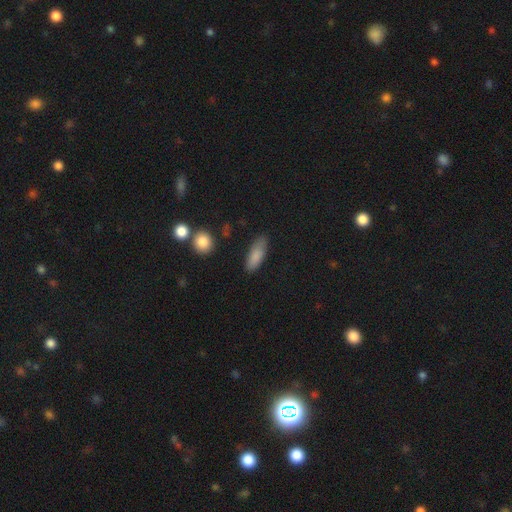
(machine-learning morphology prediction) Q: Smooth or featured?
A: smooth (85%); runner-up: featured or disk (8%)
Q: How rounded?
A: in between (68%); runner-up: cigar-shaped (30%)
Q: Merging?
A: none (79%); runner-up: minor disturbance (16%)